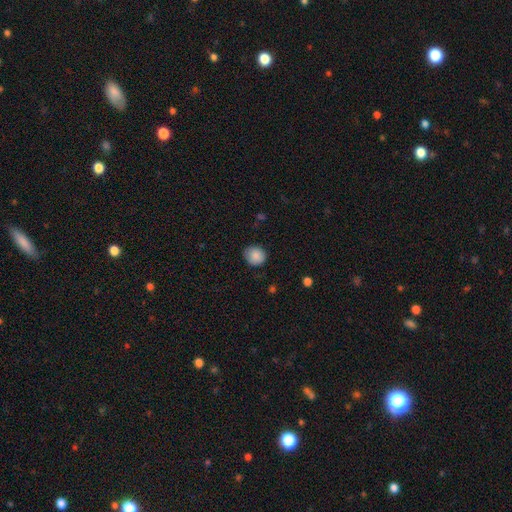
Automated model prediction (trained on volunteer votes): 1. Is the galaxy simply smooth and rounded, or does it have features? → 87% smooth, 8% star or artifact, 5% featured or disk.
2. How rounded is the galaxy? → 77% round, 23% in between, 1% cigar-shaped.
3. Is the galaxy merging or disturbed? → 79% none, 17% minor disturbance, 3% major disturbance, 1% merger.